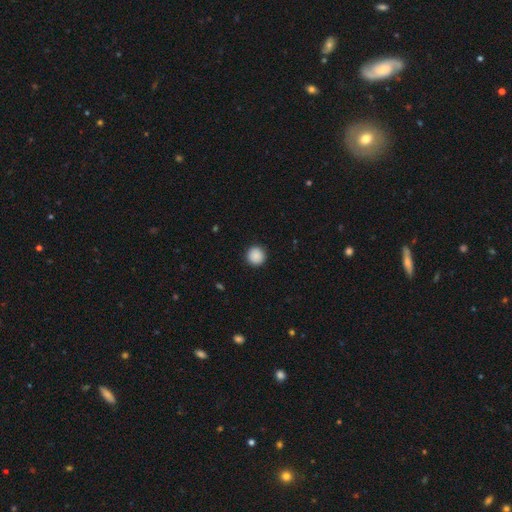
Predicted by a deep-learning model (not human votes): A smooth galaxy with no disk features (90%) that is round (96%).

Vote fractions:
- Smooth or featured? smooth: 90% / star or artifact: 8% / featured or disk: 2%
- How rounded? round: 96% / in between: 3% / cigar-shaped: 1%
- Merging? none: 93% / minor disturbance: 5% / major disturbance: 2% / merger: 1%